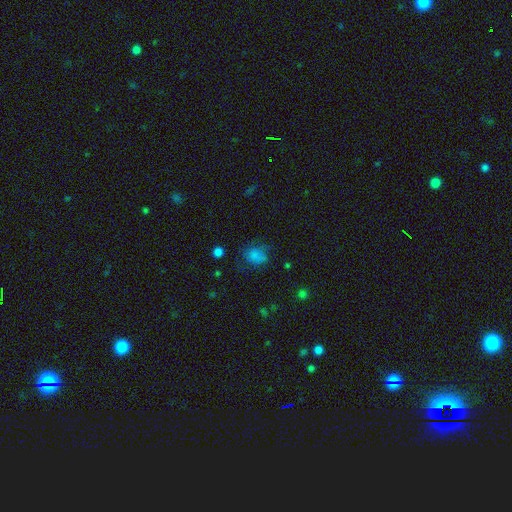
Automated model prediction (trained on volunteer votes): smooth-or-featured: smooth: 76% | star or artifact: 14% | featured or disk: 10%
  how-rounded: round: 53% | in between: 46% | cigar-shaped: 1%
  merging: none: 55% | minor disturbance: 27% | major disturbance: 15% | merger: 2%